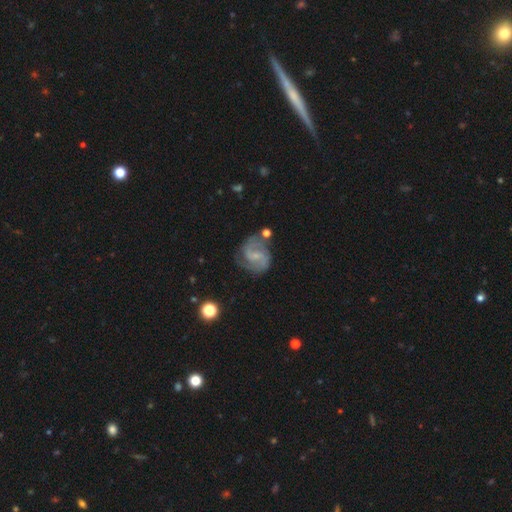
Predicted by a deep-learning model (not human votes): Morphology: type=featured or disk (83%); edge-on=no (98%); bar=weak (54%); spiral arms=yes (95%); winding=medium (53%); arm count=2 (78%); bulge=small (68%); merging=none (65%).